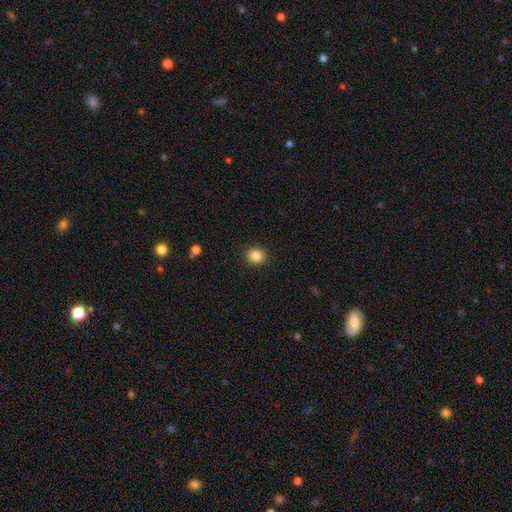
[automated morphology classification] This appears to be a smooth galaxy with no disk features (85%) that is round (77%). Merging: none (91%).